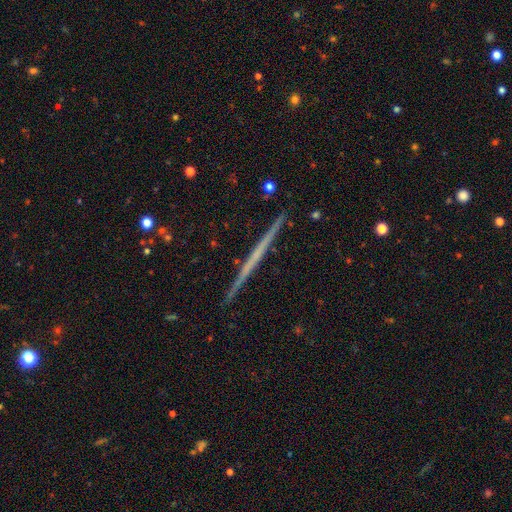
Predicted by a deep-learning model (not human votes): A featured or disk galaxy (68%) viewed edge-on (98%) with no central bulge (86%).

Vote fractions:
- Smooth or featured? featured or disk: 68% / smooth: 26% / star or artifact: 6%
- Edge-on disk? yes: 98% / no: 2%
- Edge-on bulge? none: 86% / rounded: 10% / boxy: 4%
- Merging? none: 92% / minor disturbance: 5% / merger: 1% / major disturbance: 1%